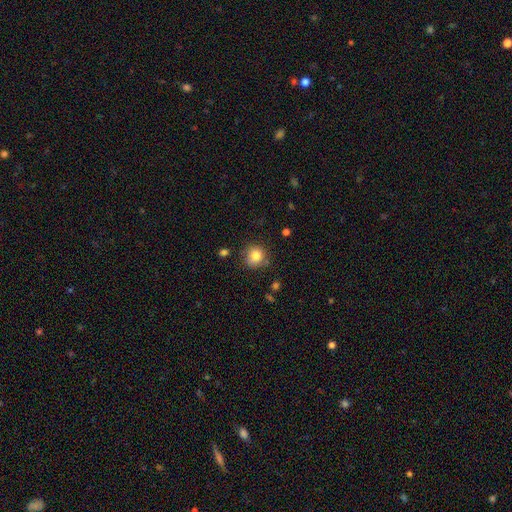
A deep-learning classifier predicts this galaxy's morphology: Smooth or featured?
  - smooth: 82% *
  - star or artifact: 10%
  - featured or disk: 7%
How rounded?
  - round: 89% *
  - in between: 10%
  - cigar-shaped: 1%
Merging?
  - none: 79% *
  - minor disturbance: 14%
  - major disturbance: 4%
  - merger: 3%